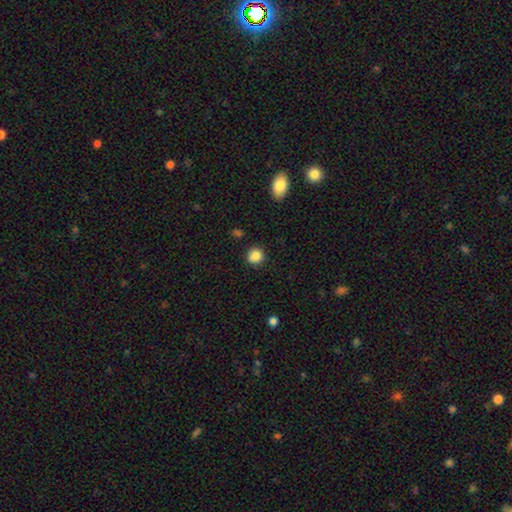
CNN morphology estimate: Smooth or featured? Predicted: smooth (p=0.85). How rounded? Predicted: round (p=0.90). Merging? Predicted: none (p=0.84).